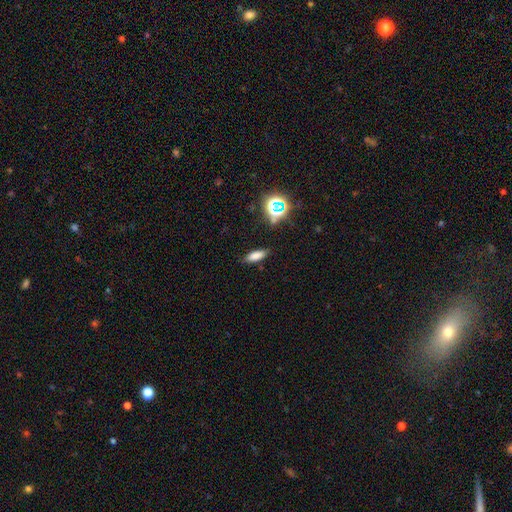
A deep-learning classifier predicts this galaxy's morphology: Smooth or featured: smooth — 75% (star or artifact — 16%)
How rounded: in between — 64% (cigar-shaped — 32%)
Merging: none — 84% (minor disturbance — 11%)